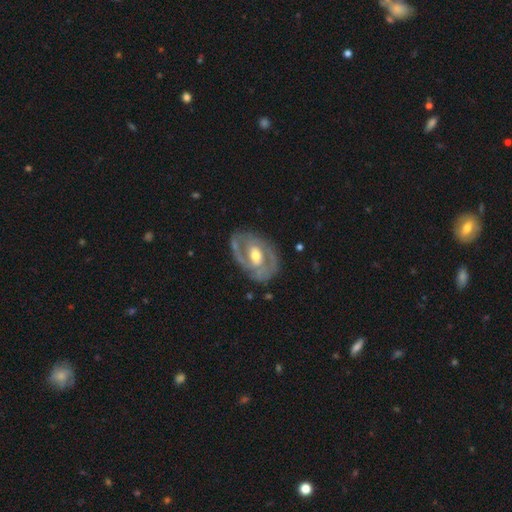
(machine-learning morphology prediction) The model was most divided on "spiral winding": medium: 44%, tight: 43%, loose: 13%. Remaining: edge-on disk — no (96%); smooth or featured — featured or disk (84%); spiral arms — yes (83%); merging — none (73%); spiral arm count — 2 (72%); bulge size — moderate (72%); bar — weak (42%).